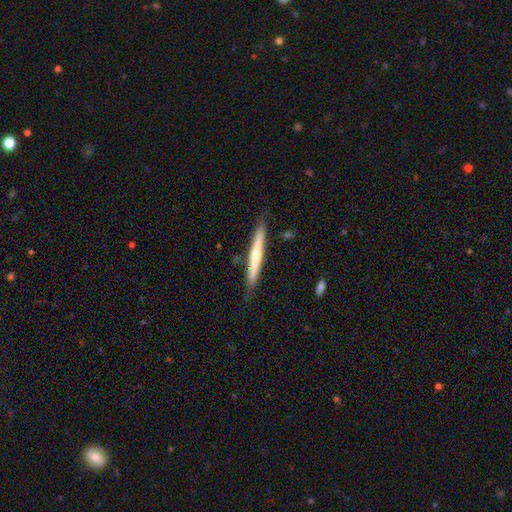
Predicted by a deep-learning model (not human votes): Smooth or featured? Predicted: featured or disk (p=0.52). Edge-on disk? Predicted: yes (p=0.96). Merging? Predicted: none (p=0.83).